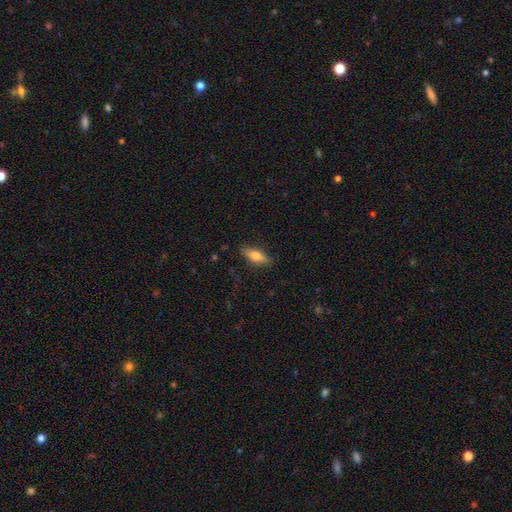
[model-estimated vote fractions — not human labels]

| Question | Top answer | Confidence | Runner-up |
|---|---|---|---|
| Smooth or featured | smooth | 65% | featured or disk (28%) |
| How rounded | in between | 63% | cigar-shaped (34%) |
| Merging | none | 84% | minor disturbance (12%) |